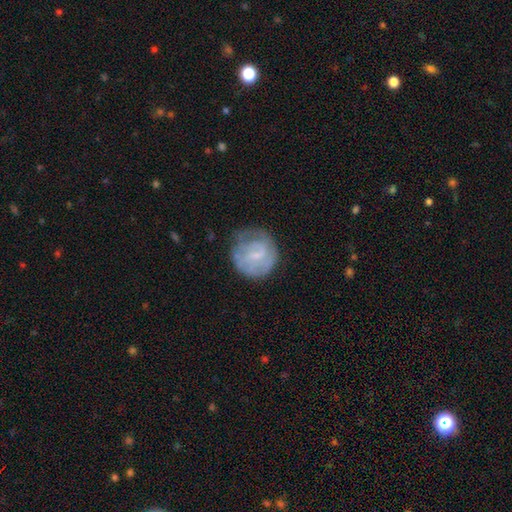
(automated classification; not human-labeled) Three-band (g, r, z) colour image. It shows a featured or disk galaxy (52%) with a weak bar (51%), spiral arms (66%) and a small central bulge (49%). Merging: none (60%).